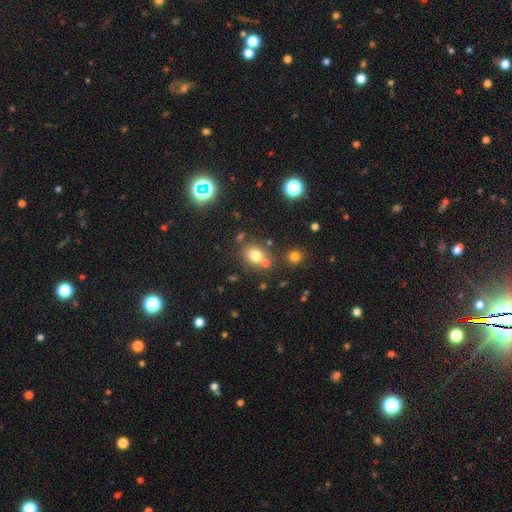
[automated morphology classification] The model was most divided on "how rounded": in between: 52%, round: 47%, cigar-shaped: 1%. More confident: smooth or featured — smooth (74%); merging — none (65%).